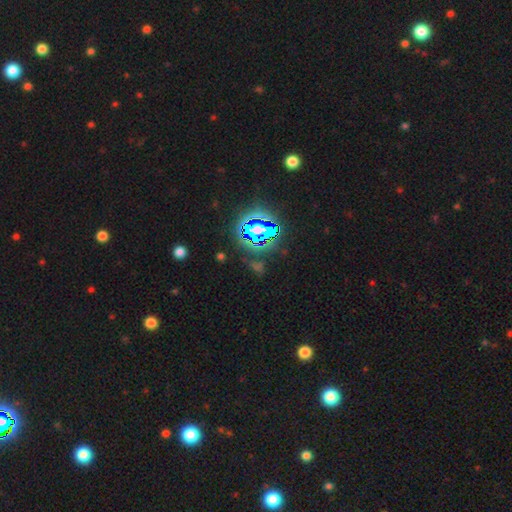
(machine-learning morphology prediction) star or artifact 79%, smooth 14%, featured or disk 7%.